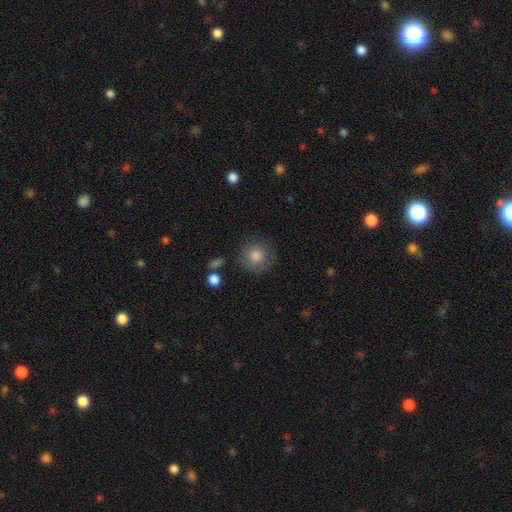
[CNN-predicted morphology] Smooth or featured? Predicted: smooth (p=0.80). How rounded? Predicted: round (p=0.92). Merging? Predicted: none (p=0.82).